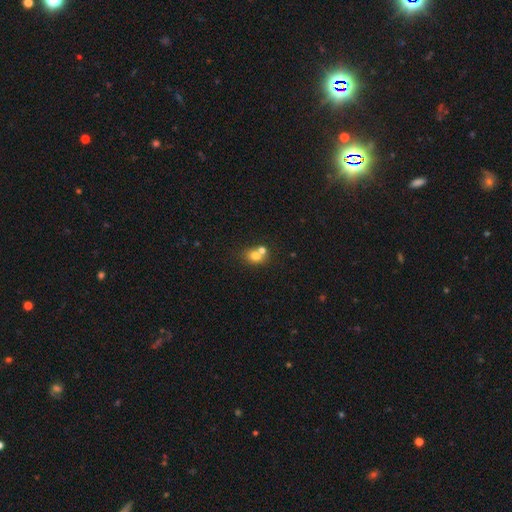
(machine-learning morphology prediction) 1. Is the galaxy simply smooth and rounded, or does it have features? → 74% smooth, 14% featured or disk, 13% star or artifact.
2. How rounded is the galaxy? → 63% round, 36% in between, 1% cigar-shaped.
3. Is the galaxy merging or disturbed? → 47% merger, 41% none, 8% minor disturbance, 3% major disturbance.